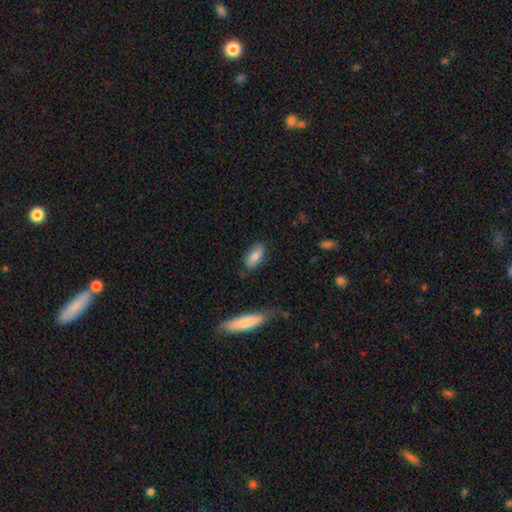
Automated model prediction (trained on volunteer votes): Smooth or featured: smooth — 82% (featured or disk — 11%)
How rounded: in between — 85% (cigar-shaped — 12%)
Merging: none — 78% (minor disturbance — 16%)